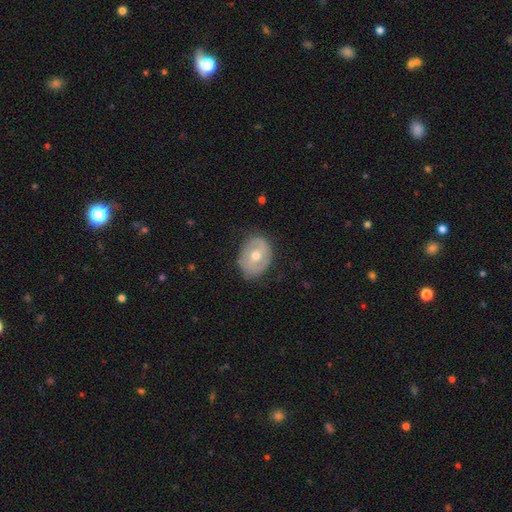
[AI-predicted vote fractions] A featured or disk galaxy (54%) with no bar (53%), no spiral arms (63%) and a moderate central bulge (75%).

Vote fractions:
- Smooth or featured? featured or disk: 54% / smooth: 39% / star or artifact: 7%
- Edge-on disk? no: 94% / yes: 6%
- Bar? no: 53% / weak: 33% / strong: 14%
- Spiral arms? no: 63% / yes: 37%
- Bulge size? moderate: 75% / small: 20% / large: 3% / none: 1% / dominant: 1%
- Merging? none: 75% / minor disturbance: 19% / major disturbance: 5% / merger: 1%